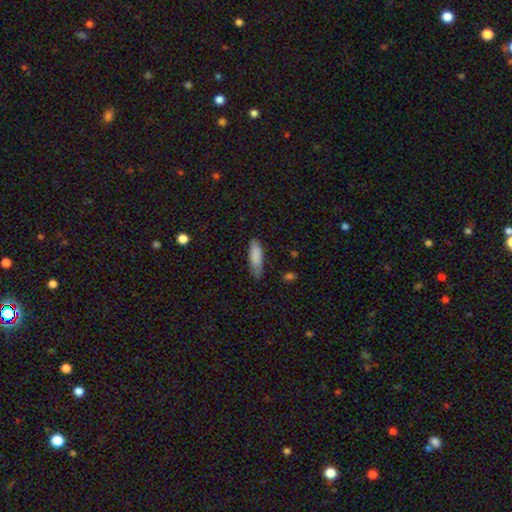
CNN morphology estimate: A smooth galaxy with no disk features (85%) that is in between round and cigar-shaped (55%). Merging: none (68%).